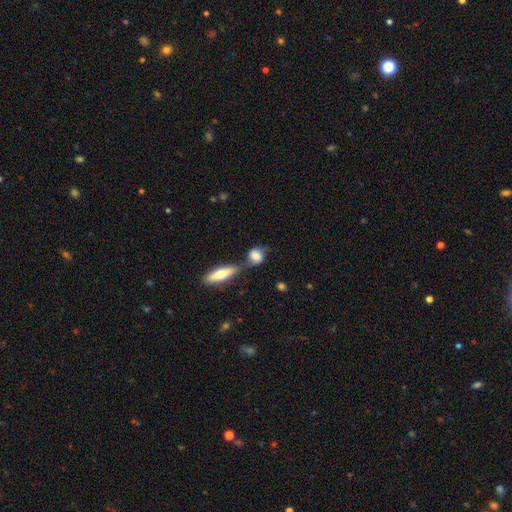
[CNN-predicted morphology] A smooth galaxy with no disk features (64%) that is in between round and cigar-shaped (51%). Merging: none (42%).